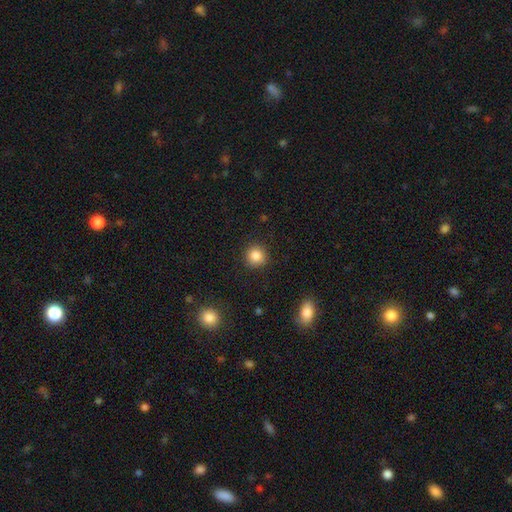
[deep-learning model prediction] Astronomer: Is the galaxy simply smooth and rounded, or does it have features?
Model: smooth — 85%.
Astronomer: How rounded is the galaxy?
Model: round — 92%.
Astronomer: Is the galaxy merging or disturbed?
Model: none — 90%.